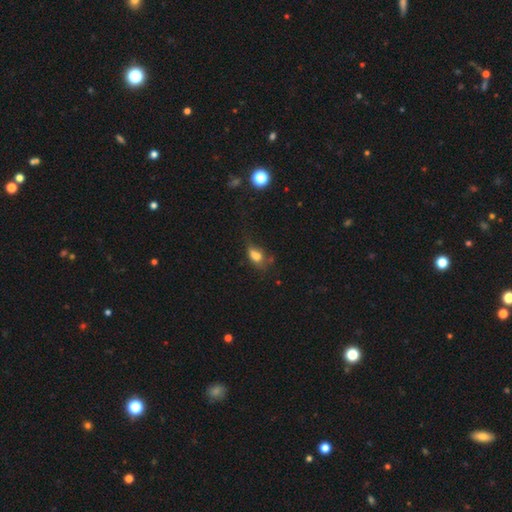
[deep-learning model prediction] Smooth or featured?
  - smooth: 71% *
  - featured or disk: 16%
  - star or artifact: 13%
How rounded?
  - in between: 81% *
  - round: 13%
  - cigar-shaped: 6%
Merging?
  - none: 32% *
  - major disturbance: 29%
  - minor disturbance: 29%
  - merger: 9%